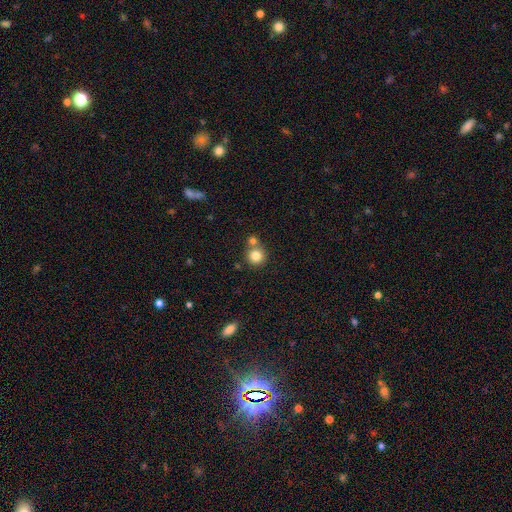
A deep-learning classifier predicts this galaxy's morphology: The model was most divided on "merging": none: 61%, merger: 28%, minor disturbance: 8%, major disturbance: 3%. More confident: how rounded — round (91%); smooth or featured — smooth (82%).